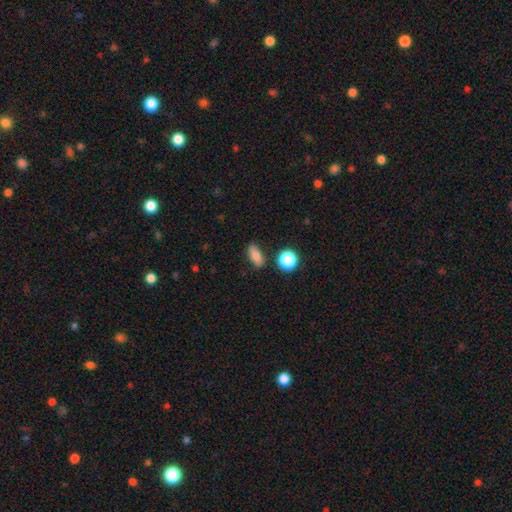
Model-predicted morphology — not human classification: The model was most divided on "how rounded": in between: 69%, cigar-shaped: 19%, round: 12%. More confident: merging — none (81%); smooth or featured — smooth (77%).